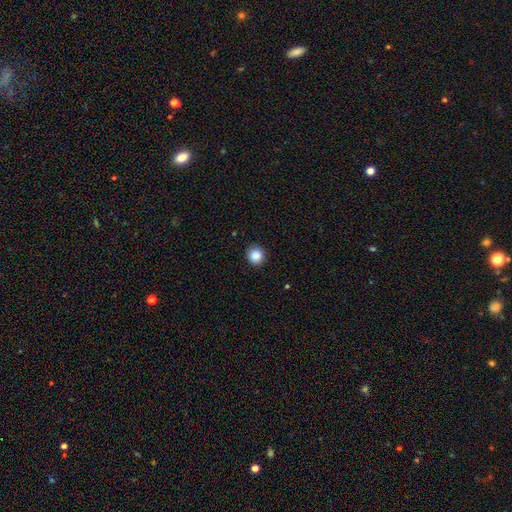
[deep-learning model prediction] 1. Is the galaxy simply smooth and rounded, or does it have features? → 87% smooth, 10% star or artifact, 3% featured or disk.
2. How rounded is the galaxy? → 91% round, 8% in between, 1% cigar-shaped.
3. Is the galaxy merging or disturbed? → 91% none, 6% minor disturbance, 2% major disturbance, 1% merger.